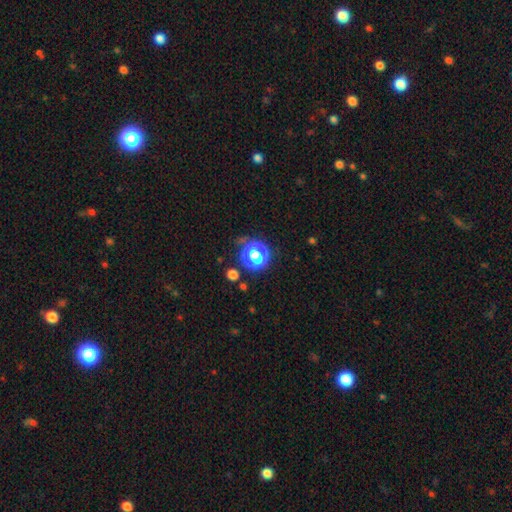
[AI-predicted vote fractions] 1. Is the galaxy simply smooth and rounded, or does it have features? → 62% smooth, 29% star or artifact, 9% featured or disk.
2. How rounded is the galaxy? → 90% round, 9% in between, 1% cigar-shaped.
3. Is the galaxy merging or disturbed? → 72% none, 14% minor disturbance, 8% major disturbance, 7% merger.